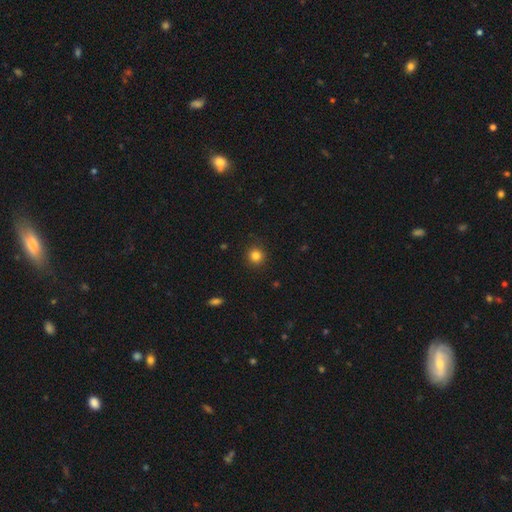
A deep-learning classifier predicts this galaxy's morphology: This appears to be a smooth galaxy with no disk features (83%) that is round (92%). Merging: none (91%).